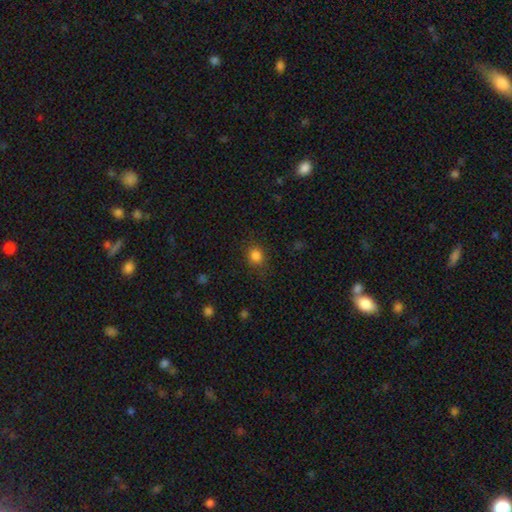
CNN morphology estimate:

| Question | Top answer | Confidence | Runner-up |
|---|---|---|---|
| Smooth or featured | smooth | 83% | star or artifact (12%) |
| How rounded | round | 70% | in between (29%) |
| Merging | none | 81% | minor disturbance (13%) |